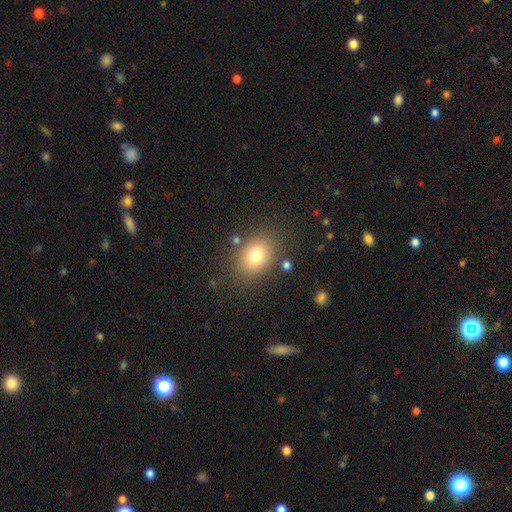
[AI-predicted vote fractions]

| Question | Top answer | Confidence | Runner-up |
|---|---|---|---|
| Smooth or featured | smooth | 77% | star or artifact (12%) |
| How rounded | in between | 61% | round (37%) |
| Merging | none | 79% | minor disturbance (12%) |